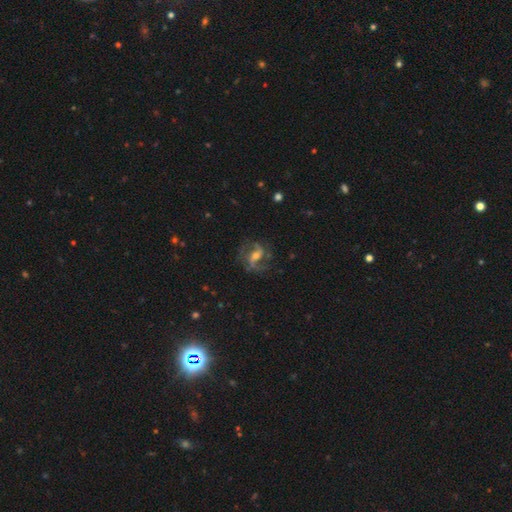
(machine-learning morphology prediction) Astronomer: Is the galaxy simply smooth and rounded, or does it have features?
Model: featured or disk — 82%.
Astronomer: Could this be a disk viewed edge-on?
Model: no — 96%.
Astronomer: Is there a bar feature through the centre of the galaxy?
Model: weak — 45% (runner-up: strong, 33%).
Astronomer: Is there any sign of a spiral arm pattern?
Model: yes — 93%.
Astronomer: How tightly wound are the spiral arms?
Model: medium — 51% (runner-up: loose, 33%).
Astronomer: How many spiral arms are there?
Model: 2 — 79%.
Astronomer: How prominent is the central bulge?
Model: moderate — 52% (runner-up: small, 39%).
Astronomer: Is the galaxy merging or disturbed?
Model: none — 69%.